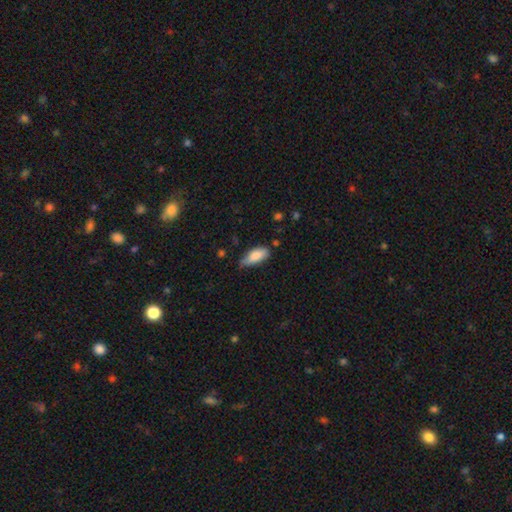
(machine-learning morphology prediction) A smooth galaxy with no disk features (82%) that is in between round and cigar-shaped (83%). Merging: none (51%).